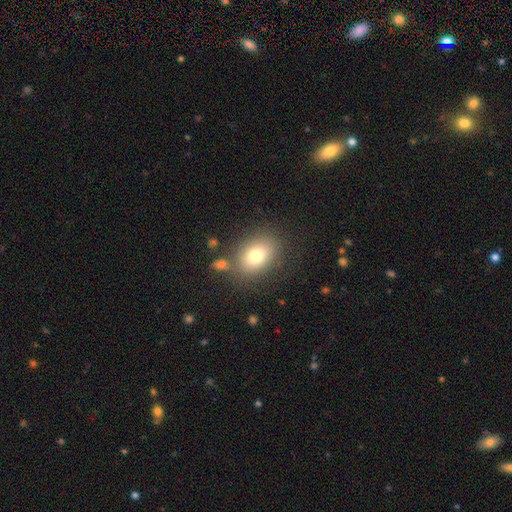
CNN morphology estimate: Smooth or featured?
  - smooth: 78% *
  - featured or disk: 12%
  - star or artifact: 10%
How rounded?
  - in between: 69% *
  - round: 30%
  - cigar-shaped: 1%
Merging?
  - none: 74% *
  - minor disturbance: 13%
  - merger: 8%
  - major disturbance: 5%